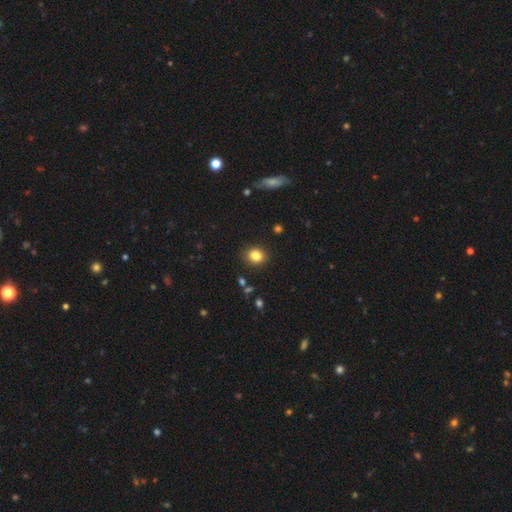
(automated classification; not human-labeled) Smooth or featured: smooth — 83% (star or artifact — 11%)
How rounded: round — 70% (in between — 29%)
Merging: none — 89% (minor disturbance — 7%)